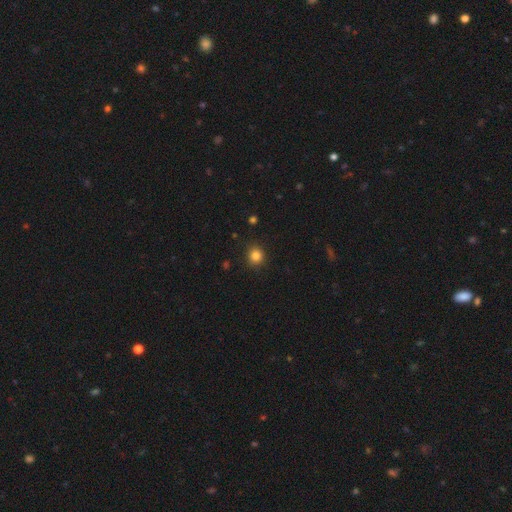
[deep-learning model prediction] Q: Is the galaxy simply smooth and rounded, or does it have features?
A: smooth — 83%.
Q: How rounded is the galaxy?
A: round — 89%.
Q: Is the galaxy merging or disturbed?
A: none — 90%.